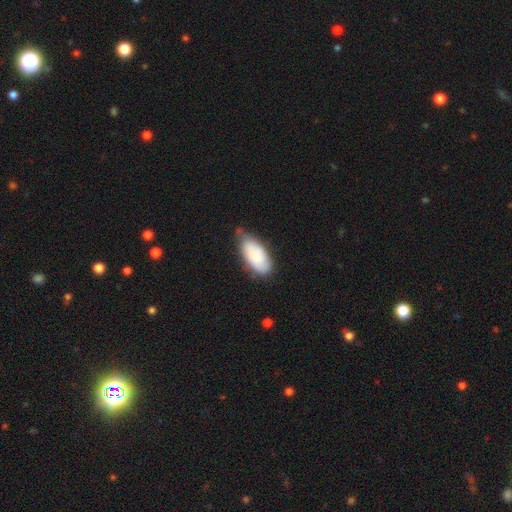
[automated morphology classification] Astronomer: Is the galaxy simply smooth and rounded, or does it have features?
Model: smooth — 76%.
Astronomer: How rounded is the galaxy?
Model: in between — 90%.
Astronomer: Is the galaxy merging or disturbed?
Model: none — 53% (runner-up: minor disturbance, 36%).